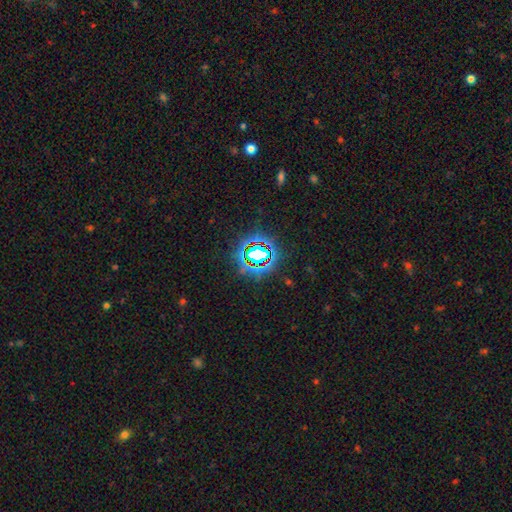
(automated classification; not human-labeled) Morphology: type=star or artifact (74%).